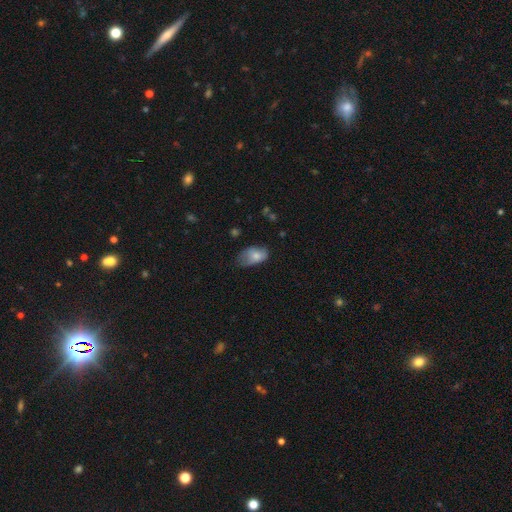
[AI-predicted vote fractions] smooth 76%, featured or disk 16%, star or artifact 8%. Down the decision tree: how rounded — in between (89%); merging — minor disturbance (42%).